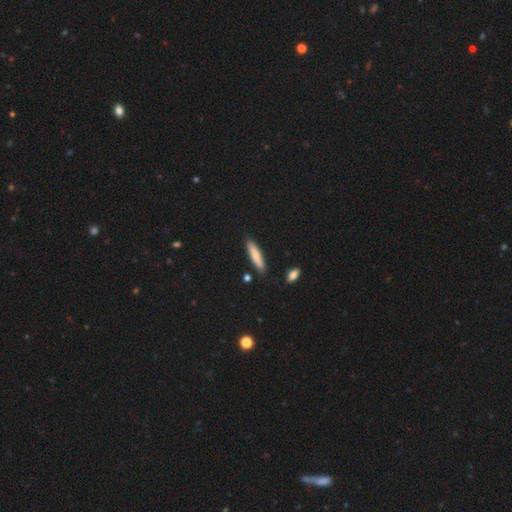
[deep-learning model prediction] This appears to be a smooth galaxy with no disk features (76%) that is cigar-shaped (81%). Merging: none (86%).